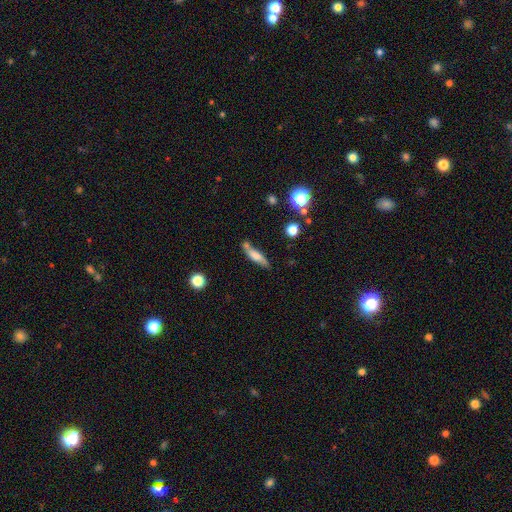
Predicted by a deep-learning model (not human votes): Q: Smooth or featured?
A: smooth (61%); runner-up: featured or disk (30%)
Q: How rounded?
A: cigar-shaped (66%); runner-up: in between (31%)
Q: Merging?
A: none (62%); runner-up: minor disturbance (20%)